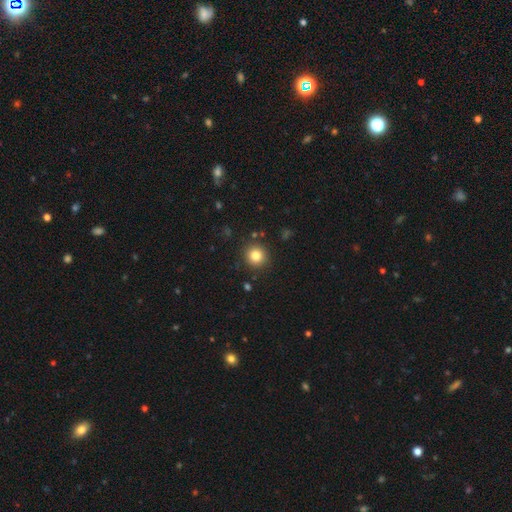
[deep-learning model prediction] This appears to be a smooth galaxy with no disk features (83%) that is round (93%). Merging: none (89%).